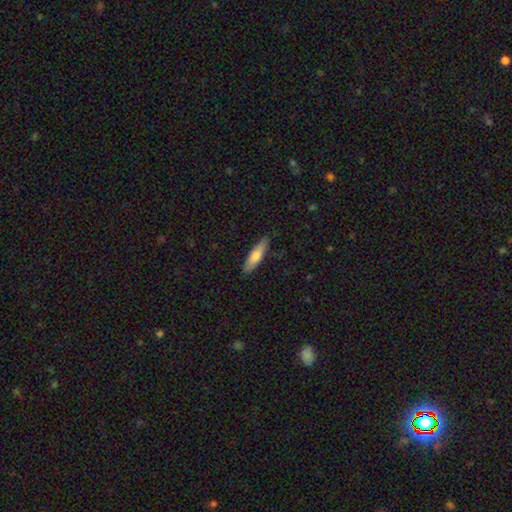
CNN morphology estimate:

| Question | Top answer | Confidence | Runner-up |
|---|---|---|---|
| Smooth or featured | smooth | 72% | featured or disk (23%) |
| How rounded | cigar-shaped | 72% | in between (27%) |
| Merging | none | 86% | minor disturbance (11%) |